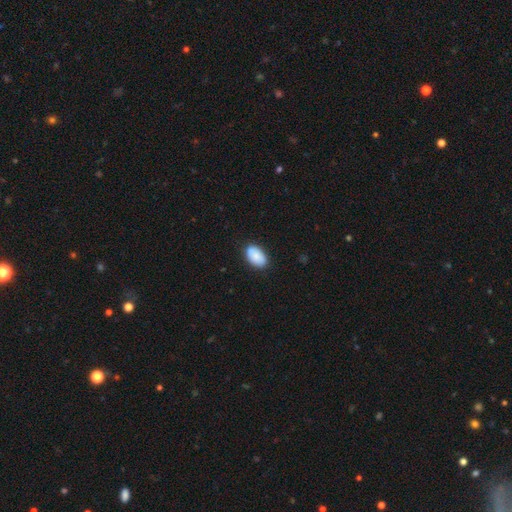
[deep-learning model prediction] Morphology: type=smooth (86%); roundness=in between (93%); merging=none (83%).